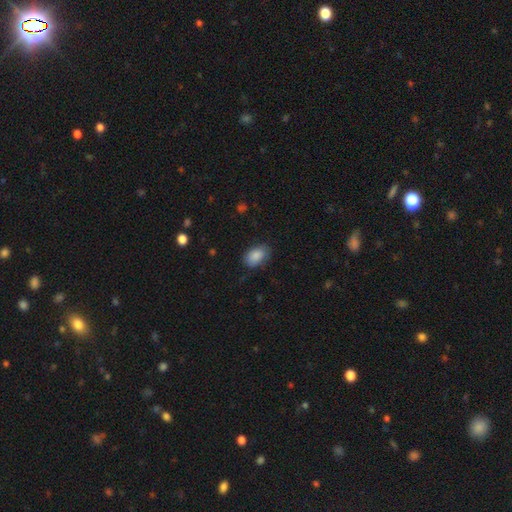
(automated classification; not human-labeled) Smooth or featured: smooth — 87% (star or artifact — 7%)
How rounded: in between — 88% (round — 10%)
Merging: none — 79% (minor disturbance — 16%)